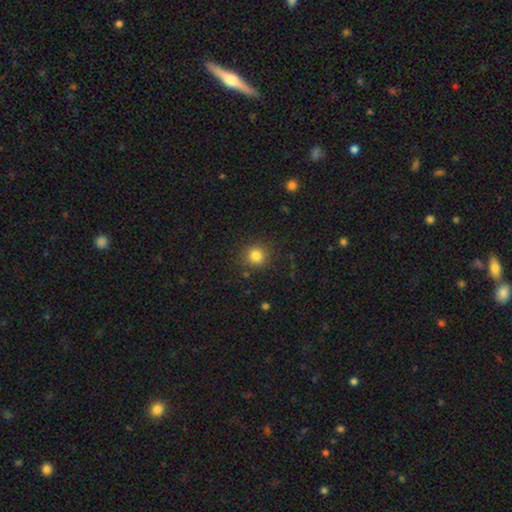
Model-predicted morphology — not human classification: smooth_or_featured: smooth (p=0.83) [alt: star or artifact p=0.12]
how_rounded: round (p=0.90) [alt: in between p=0.09]
merging: none (p=0.88) [alt: minor disturbance p=0.08]